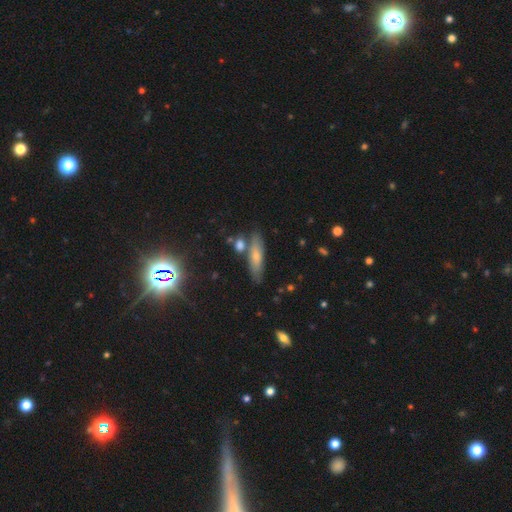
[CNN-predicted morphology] Smooth or featured?
  - smooth: 64% *
  - featured or disk: 27%
  - star or artifact: 9%
How rounded?
  - cigar-shaped: 61% *
  - in between: 35%
  - round: 3%
Merging?
  - none: 73% *
  - minor disturbance: 14%
  - merger: 10%
  - major disturbance: 3%